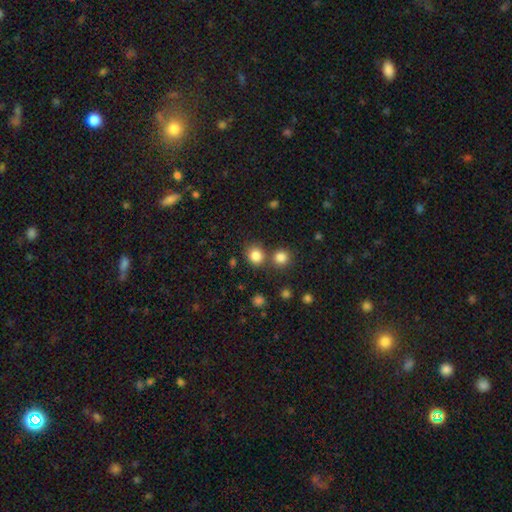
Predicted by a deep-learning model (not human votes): smooth-or-featured: smooth: 83% | star or artifact: 12% | featured or disk: 5%
  how-rounded: round: 82% | in between: 17% | cigar-shaped: 1%
  merging: none: 71% | merger: 17% | minor disturbance: 9% | major disturbance: 3%